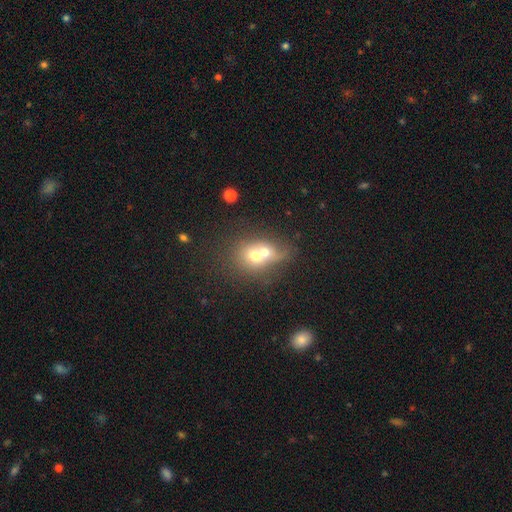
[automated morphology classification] smooth 60%, featured or disk 30%, star or artifact 10%. Down the decision tree: how rounded — round (58%); merging — merger (74%).